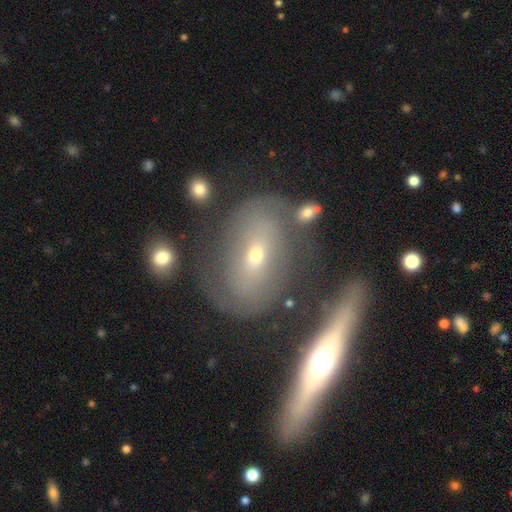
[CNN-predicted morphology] This appears to be a featured or disk galaxy (61%) with no bar (52%), spiral arms (63%) and a small central bulge (70%). Merging: none (58%).